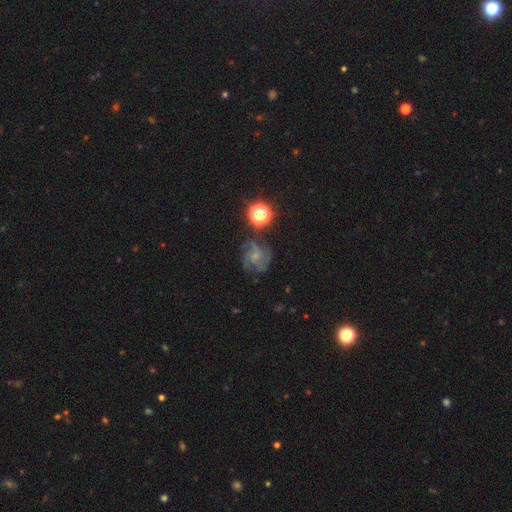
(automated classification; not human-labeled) Smooth or featured? featured or disk (69%)
Edge-on disk? no (98%)
Bar? no (69%)
Spiral arms? yes (92%)
Spiral winding? medium (50%)
Spiral arm count? 3 (30%)
Bulge size? small (64%)
Merging? none (67%)